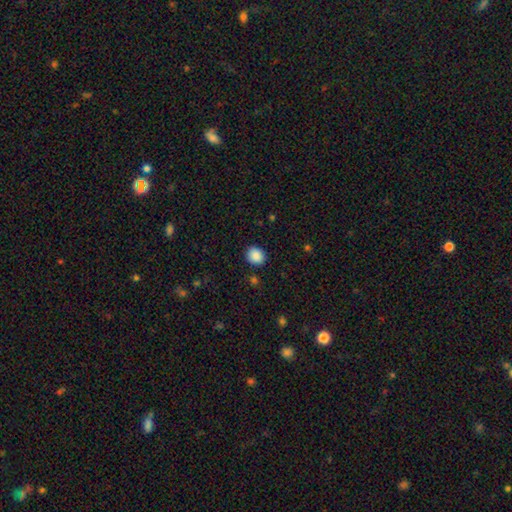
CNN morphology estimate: Q: Smooth or featured?
A: smooth (89%); runner-up: star or artifact (9%)
Q: How rounded?
A: round (67%); runner-up: in between (32%)
Q: Merging?
A: none (87%); runner-up: minor disturbance (9%)